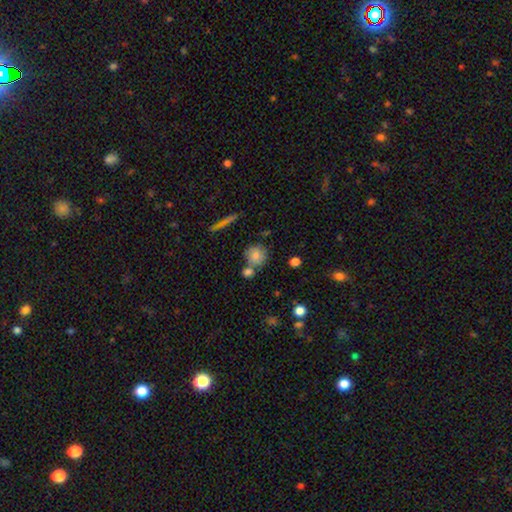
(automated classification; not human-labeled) A smooth galaxy with no disk features (80%) that is round (86%). Merging: none (60%).